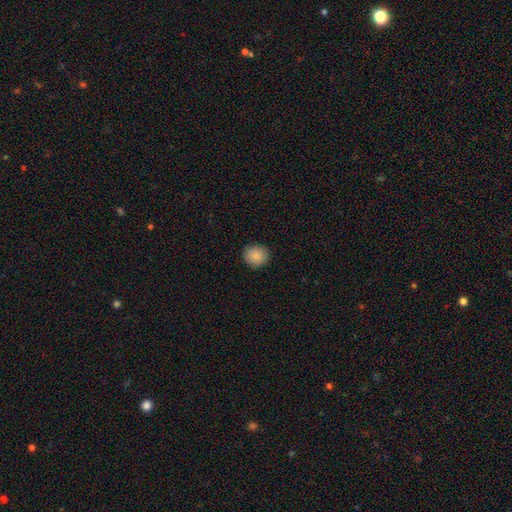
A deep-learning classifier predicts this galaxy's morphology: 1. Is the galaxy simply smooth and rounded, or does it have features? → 88% smooth, 8% star or artifact, 4% featured or disk.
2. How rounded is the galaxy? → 76% round, 23% in between, 1% cigar-shaped.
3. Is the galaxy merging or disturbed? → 90% none, 7% minor disturbance, 2% major disturbance, 1% merger.